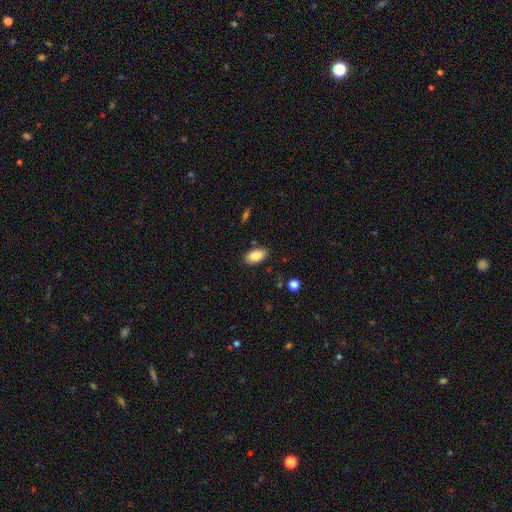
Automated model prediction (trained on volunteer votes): smooth-or-featured: smooth: 86% | star or artifact: 7% | featured or disk: 7%
  how-rounded: in between: 93% | cigar-shaped: 4% | round: 3%
  merging: none: 86% | minor disturbance: 10% | major disturbance: 2% | merger: 2%